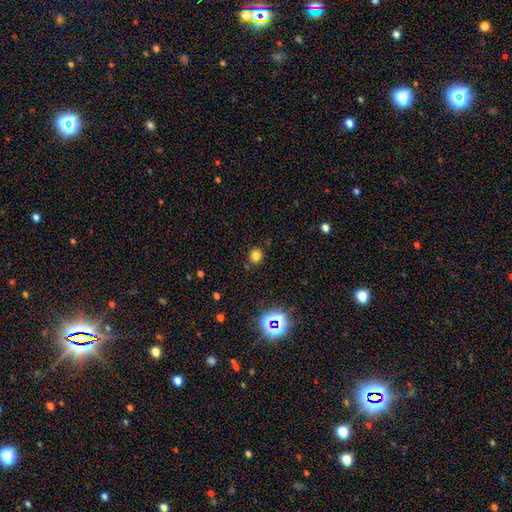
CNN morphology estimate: Overall: smooth (76%). How rounded: round (84%). Merging: none (86%).